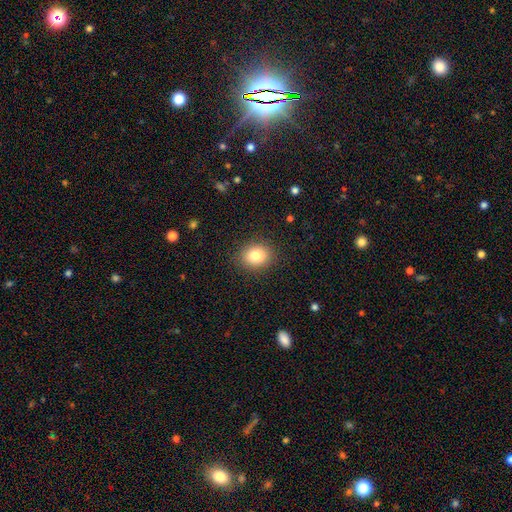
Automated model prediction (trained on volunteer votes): Smooth or featured: smooth — 84% (star or artifact — 9%)
How rounded: in between — 51% (round — 48%)
Merging: none — 87% (minor disturbance — 9%)